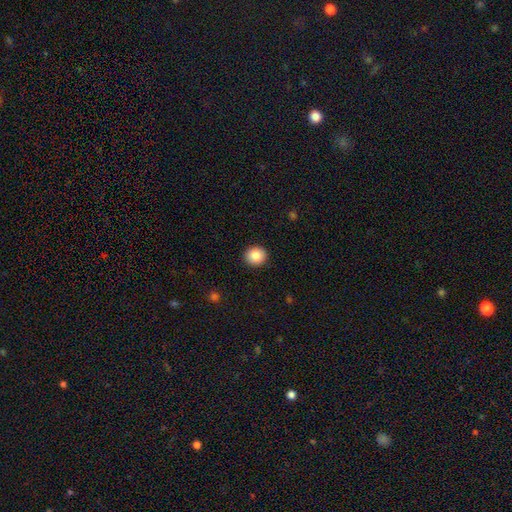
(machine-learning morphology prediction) type=smooth (88%); roundness=round (83%); merging=none (92%).